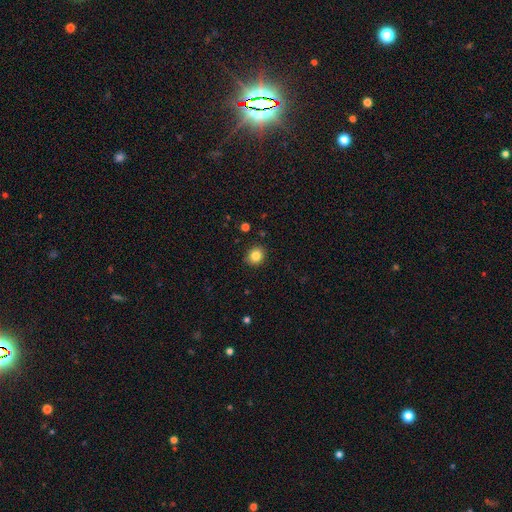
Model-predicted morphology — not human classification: smooth_or_featured: smooth (p=0.83) [alt: star or artifact p=0.10]
how_rounded: round (p=0.77) [alt: in between p=0.23]
merging: none (p=0.89) [alt: minor disturbance p=0.08]